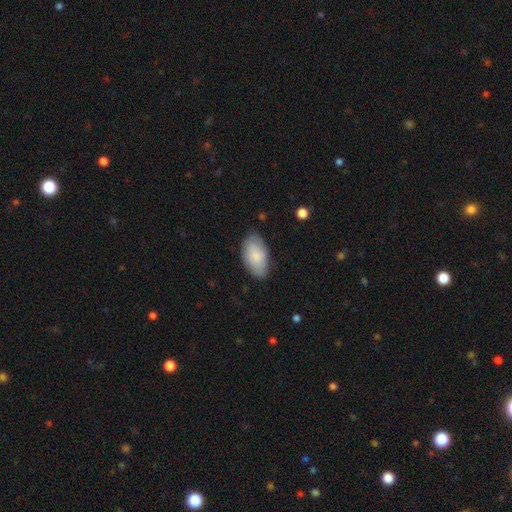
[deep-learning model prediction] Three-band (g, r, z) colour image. It shows a smooth galaxy with no disk features (82%) that is in between round and cigar-shaped (95%). Merging: none (78%).